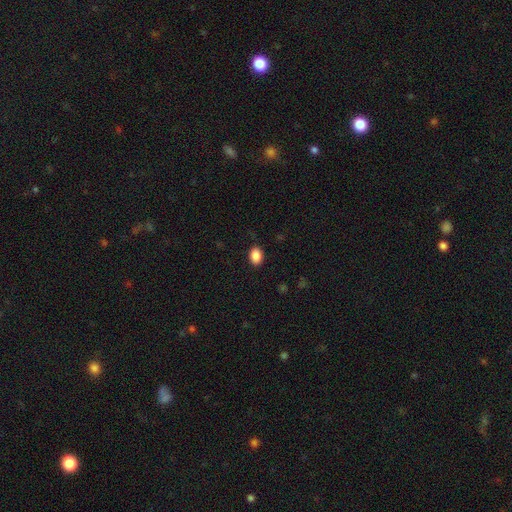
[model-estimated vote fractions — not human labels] Smooth or featured?
  - smooth: 88% *
  - star or artifact: 8%
  - featured or disk: 3%
How rounded?
  - in between: 77% *
  - round: 22%
  - cigar-shaped: 1%
Merging?
  - none: 87% *
  - minor disturbance: 10%
  - major disturbance: 2%
  - merger: 1%